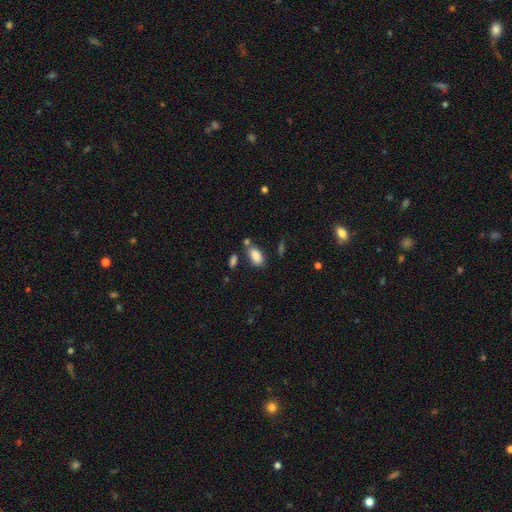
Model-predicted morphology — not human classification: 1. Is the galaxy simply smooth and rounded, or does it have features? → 86% smooth, 8% star or artifact, 6% featured or disk.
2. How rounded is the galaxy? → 92% in between, 4% cigar-shaped, 4% round.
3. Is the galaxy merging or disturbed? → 70% none, 14% minor disturbance, 12% merger, 4% major disturbance.